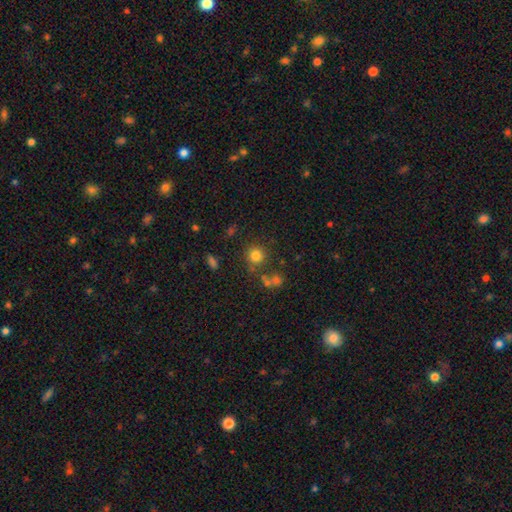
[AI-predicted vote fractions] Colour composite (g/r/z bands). It shows a smooth galaxy with no disk features (79%) that is round (90%). Merging: none (74%).